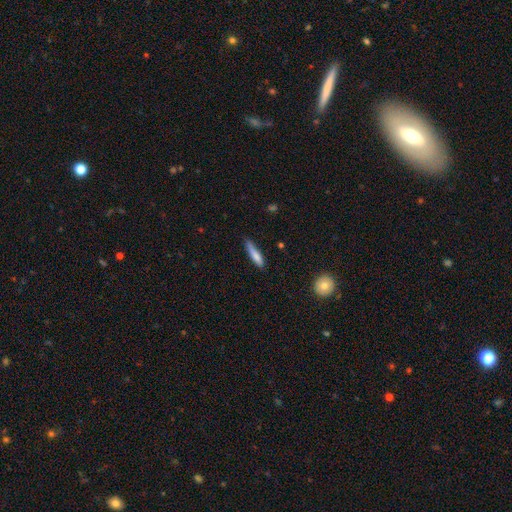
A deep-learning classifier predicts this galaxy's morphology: smooth_or_featured: smooth (p=0.77) [alt: featured or disk p=0.16]
how_rounded: cigar-shaped (p=0.83) [alt: in between p=0.15]
merging: none (p=0.64) [alt: minor disturbance p=0.28]